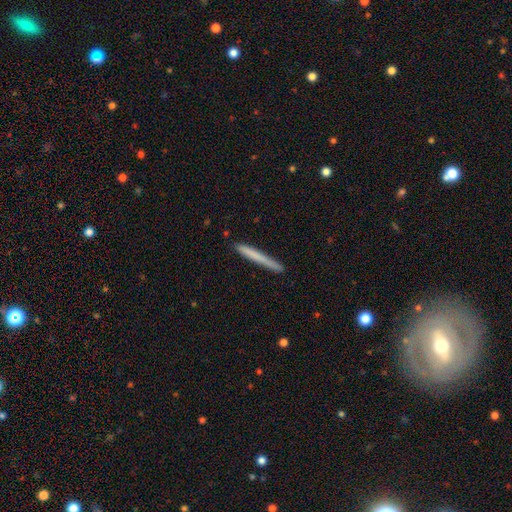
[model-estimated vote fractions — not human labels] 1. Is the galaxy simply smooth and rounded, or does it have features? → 69% smooth, 26% featured or disk, 6% star or artifact.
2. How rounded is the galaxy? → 97% cigar-shaped, 2% in between, 1% round.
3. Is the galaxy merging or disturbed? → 89% none, 8% minor disturbance, 1% major disturbance, 1% merger.